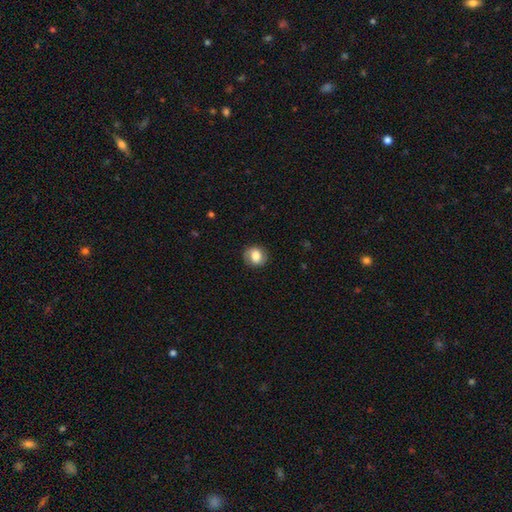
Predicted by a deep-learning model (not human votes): This appears to be a smooth galaxy with no disk features (68%) that is round (74%). Merging: none (82%).